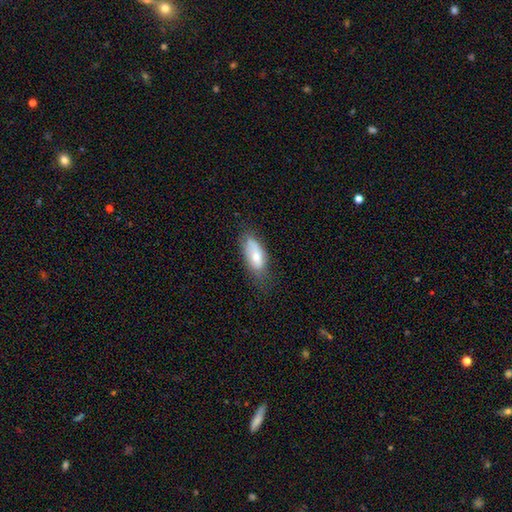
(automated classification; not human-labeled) smooth_or_featured: smooth (p=0.71) [alt: featured or disk p=0.22]
how_rounded: in between (p=0.88) [alt: cigar-shaped p=0.09]
merging: none (p=0.57) [alt: minor disturbance p=0.31]